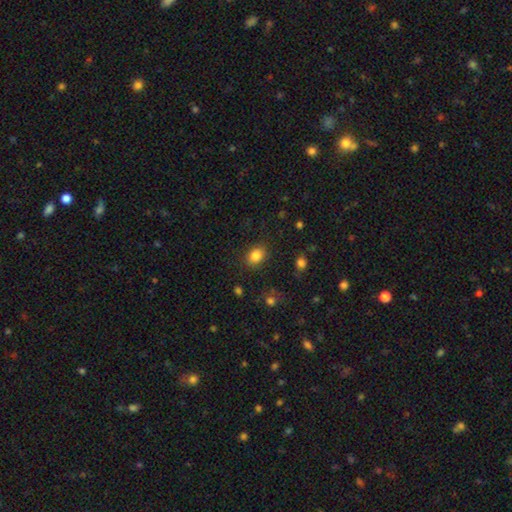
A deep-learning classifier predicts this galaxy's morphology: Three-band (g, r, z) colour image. It shows a smooth galaxy with no disk features (85%) that is in between round and cigar-shaped (63%). Merging: none (84%).